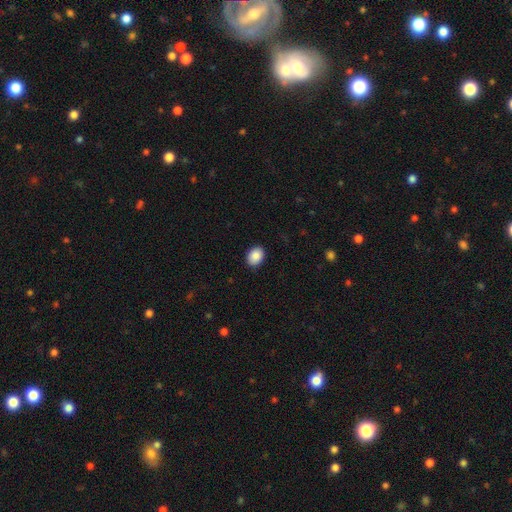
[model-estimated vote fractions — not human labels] Smooth or featured? Predicted: smooth (p=0.89). How rounded? Predicted: in between (p=0.71). Merging? Predicted: none (p=0.90).